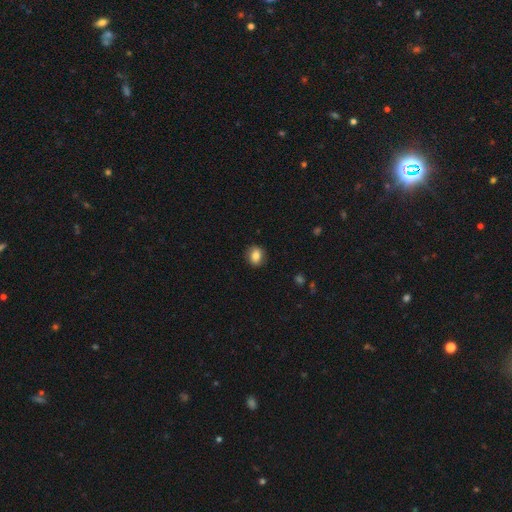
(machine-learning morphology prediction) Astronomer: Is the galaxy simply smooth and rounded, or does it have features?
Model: smooth — 84%.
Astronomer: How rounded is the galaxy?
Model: round — 56% (runner-up: in between, 43%).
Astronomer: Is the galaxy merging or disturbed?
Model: none — 87%.